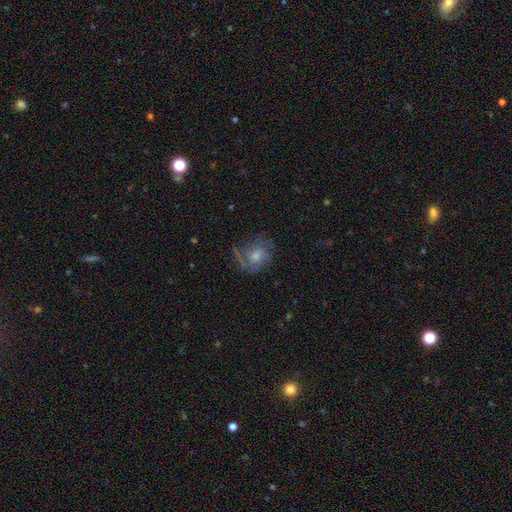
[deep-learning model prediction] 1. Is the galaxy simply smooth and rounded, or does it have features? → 61% featured or disk, 26% smooth, 13% star or artifact.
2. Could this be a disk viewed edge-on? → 97% no, 3% yes.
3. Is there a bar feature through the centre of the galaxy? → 74% no, 23% weak, 3% strong.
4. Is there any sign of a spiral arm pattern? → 85% yes, 15% no.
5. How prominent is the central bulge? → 58% moderate, 30% small, 7% large, 3% none, 1% dominant.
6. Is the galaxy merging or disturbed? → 64% none, 20% minor disturbance, 15% major disturbance, 2% merger.